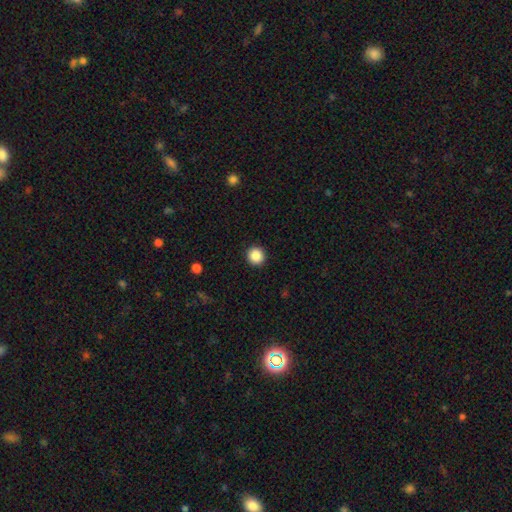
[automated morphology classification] A smooth galaxy with no disk features (86%) that is round (94%).

Vote fractions:
- Smooth or featured? smooth: 86% / star or artifact: 10% / featured or disk: 4%
- How rounded? round: 94% / in between: 5% / cigar-shaped: 1%
- Merging? none: 93% / minor disturbance: 4% / major disturbance: 2% / merger: 1%